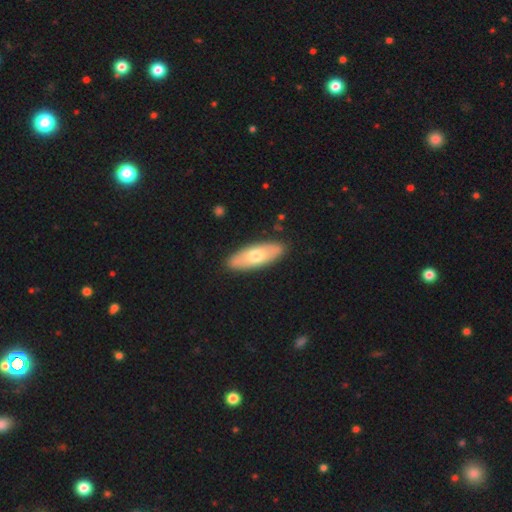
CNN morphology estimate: A smooth galaxy with no disk features (60%) that is in between round and cigar-shaped (64%).

Vote fractions:
- Smooth or featured? smooth: 60% / featured or disk: 35% / star or artifact: 5%
- How rounded? in between: 64% / cigar-shaped: 34% / round: 2%
- Merging? none: 89% / minor disturbance: 8% / major disturbance: 2% / merger: 1%